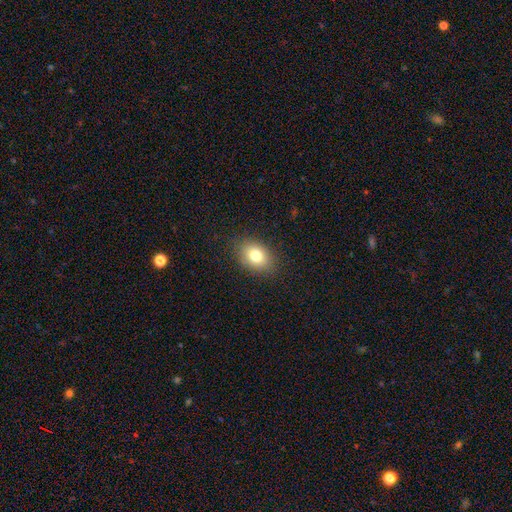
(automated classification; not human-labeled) Smooth or featured: smooth — 78% (featured or disk — 11%)
How rounded: in between — 74% (round — 24%)
Merging: none — 86% (minor disturbance — 10%)